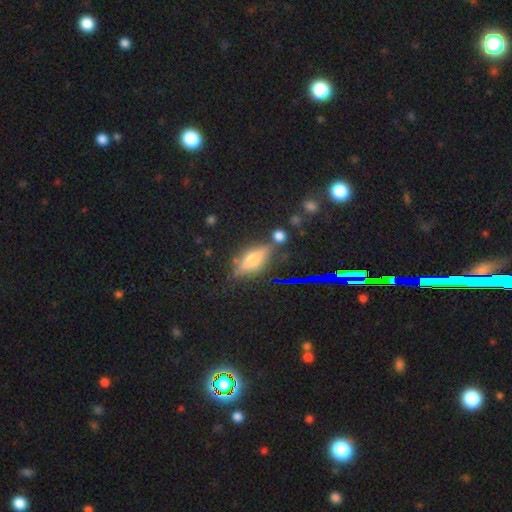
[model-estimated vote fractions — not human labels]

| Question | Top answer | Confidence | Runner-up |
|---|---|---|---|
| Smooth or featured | featured or disk | 44% | smooth (38%) |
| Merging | none | 74% | minor disturbance (15%) |